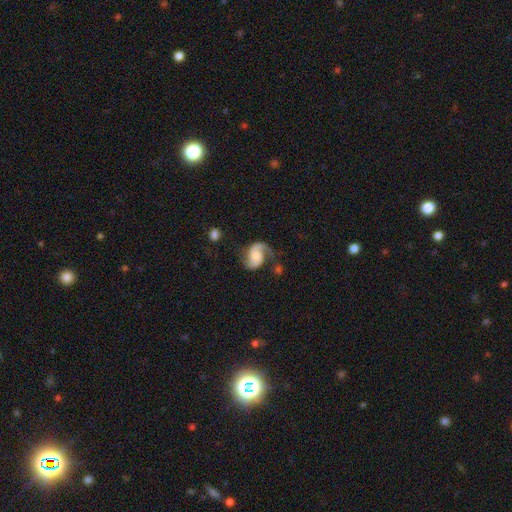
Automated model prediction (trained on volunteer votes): A featured or disk galaxy (85%) with no bar (61%), 2 (84%) medium (44%) spiral arms (97%) and no central bulge (31%). Merging: none (59%).